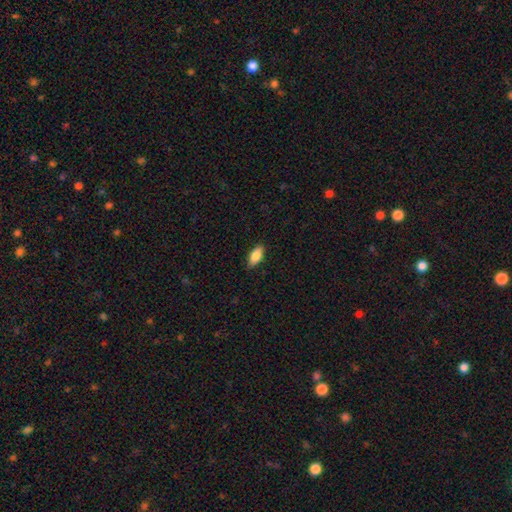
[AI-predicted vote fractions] smooth_or_featured: smooth (p=0.85) [alt: featured or disk p=0.08]
how_rounded: in between (p=0.87) [alt: cigar-shaped p=0.11]
merging: none (p=0.88) [alt: minor disturbance p=0.09]